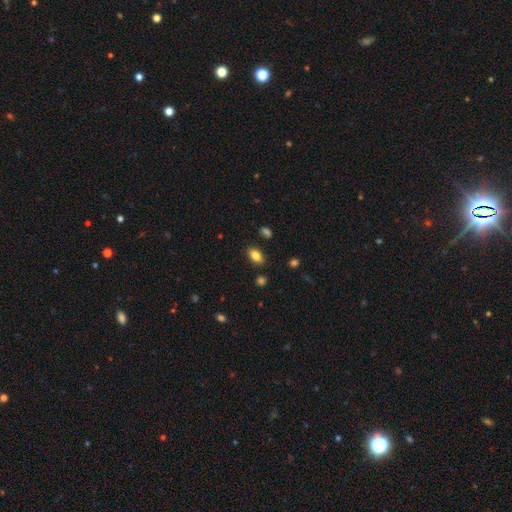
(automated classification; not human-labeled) Smooth or featured: smooth — 82% (star or artifact — 9%)
How rounded: in between — 89% (round — 7%)
Merging: none — 84% (minor disturbance — 11%)